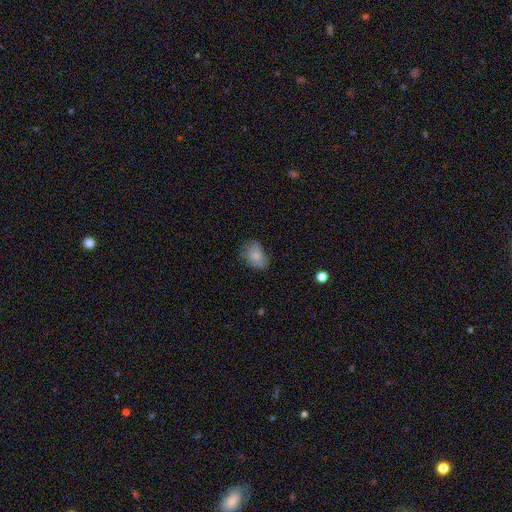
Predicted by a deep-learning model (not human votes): Q: Smooth or featured?
A: smooth (78%); runner-up: featured or disk (14%)
Q: How rounded?
A: in between (73%); runner-up: round (26%)
Q: Merging?
A: none (59%); runner-up: minor disturbance (30%)